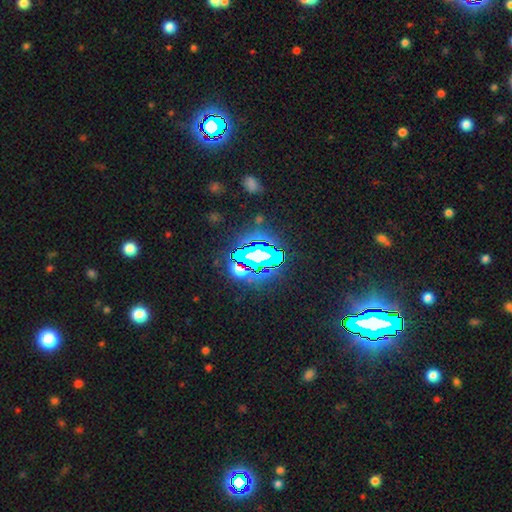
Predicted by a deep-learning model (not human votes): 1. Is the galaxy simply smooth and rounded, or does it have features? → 78% star or artifact, 12% smooth, 10% featured or disk.